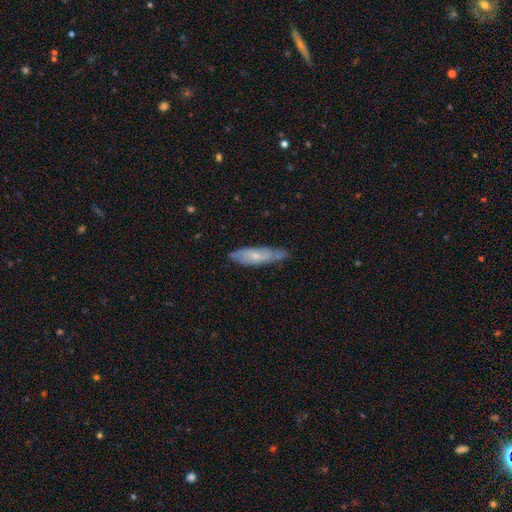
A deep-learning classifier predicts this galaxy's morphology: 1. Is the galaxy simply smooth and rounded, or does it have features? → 48% smooth, 45% featured or disk, 6% star or artifact.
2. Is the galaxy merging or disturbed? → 67% none, 26% minor disturbance, 5% major disturbance, 2% merger.